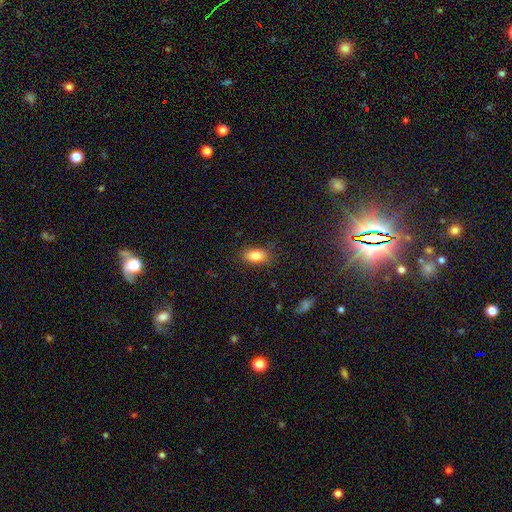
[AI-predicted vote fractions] smooth-or-featured: smooth: 84% | star or artifact: 9% | featured or disk: 7%
  how-rounded: in between: 88% | round: 7% | cigar-shaped: 5%
  merging: none: 83% | minor disturbance: 13% | major disturbance: 3% | merger: 1%